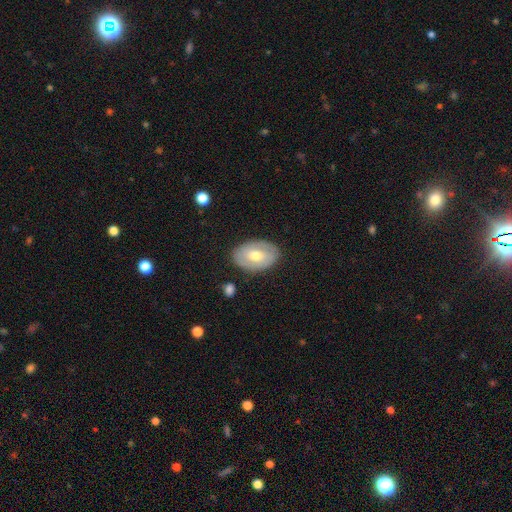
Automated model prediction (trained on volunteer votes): This is possibly a featured or disk galaxy (48%). Merging: clearly none (84%).